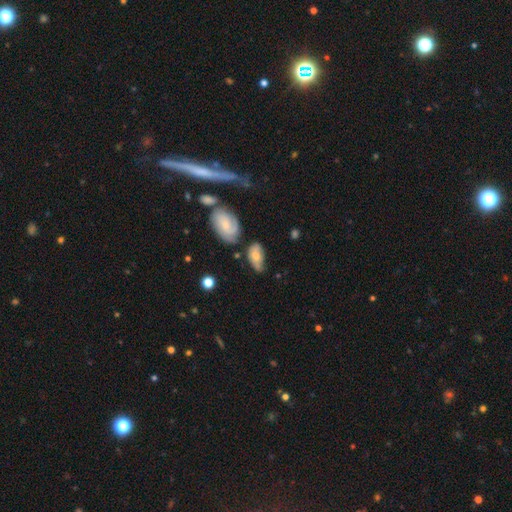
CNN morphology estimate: Smooth or featured?
  - smooth: 55% *
  - featured or disk: 37%
  - star or artifact: 8%
How rounded?
  - in between: 89% *
  - round: 7%
  - cigar-shaped: 4%
Merging?
  - none: 42% *
  - minor disturbance: 33%
  - major disturbance: 15%
  - merger: 10%